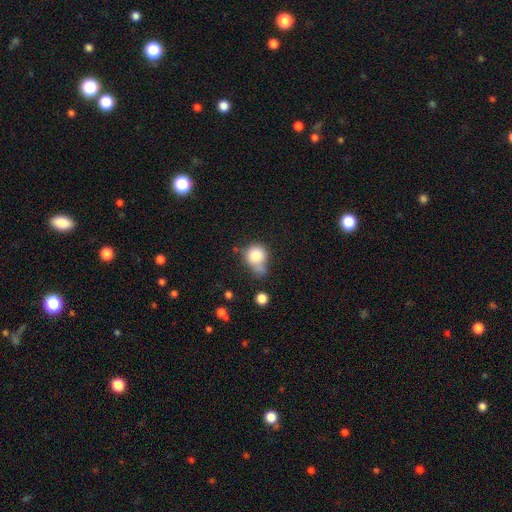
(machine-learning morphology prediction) A smooth galaxy with no disk features (81%) that is round (76%). Merging: none (33%).